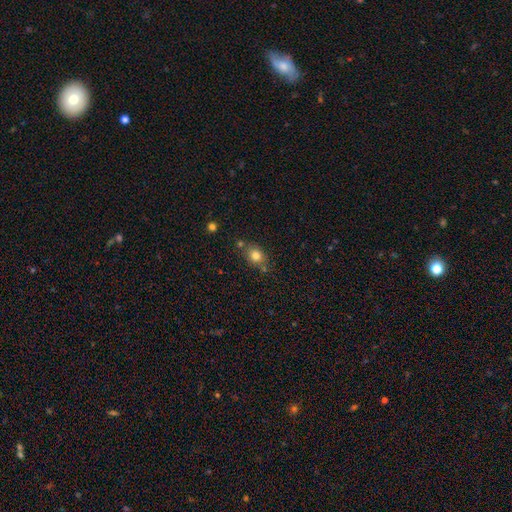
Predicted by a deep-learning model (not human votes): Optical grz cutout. It shows a smooth galaxy with no disk features (80%) that is round (56%). Merging: none (69%).